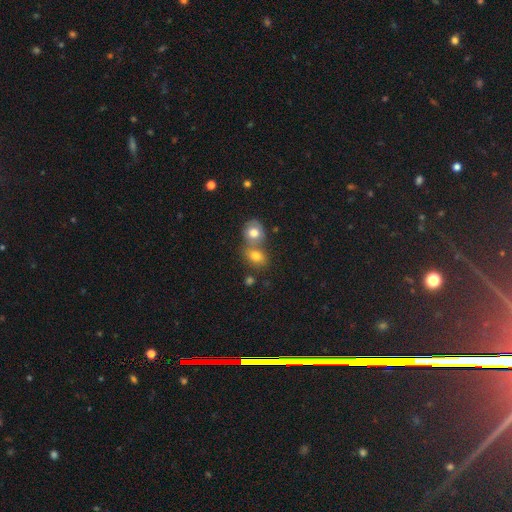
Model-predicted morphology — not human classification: smooth 76%, featured or disk 14%, star or artifact 11%. Down the decision tree: how rounded — in between (60%); merging — merger (55%).